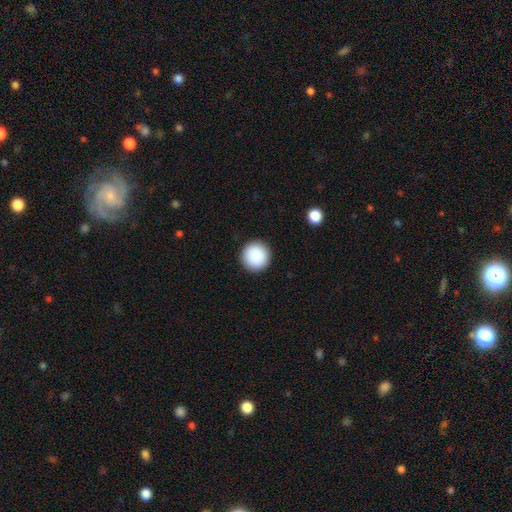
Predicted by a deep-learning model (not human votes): Morphology: type=smooth (90%); roundness=round (96%); merging=none (93%).